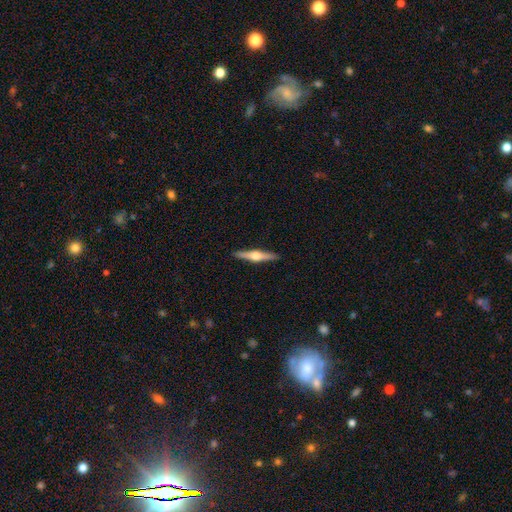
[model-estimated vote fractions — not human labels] Smooth or featured? Predicted: featured or disk (p=0.69). Edge-on disk? Predicted: yes (p=0.98). Edge-on bulge? Predicted: rounded (p=0.94). Merging? Predicted: none (p=0.92).